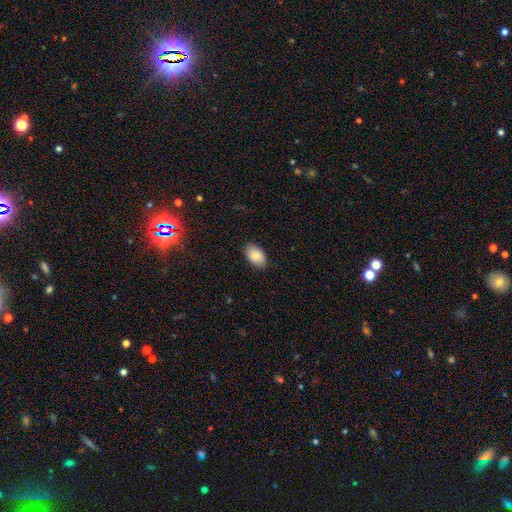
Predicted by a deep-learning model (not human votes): Smooth or featured? Predicted: smooth (p=0.87). How rounded? Predicted: in between (p=0.92). Merging? Predicted: none (p=0.86).